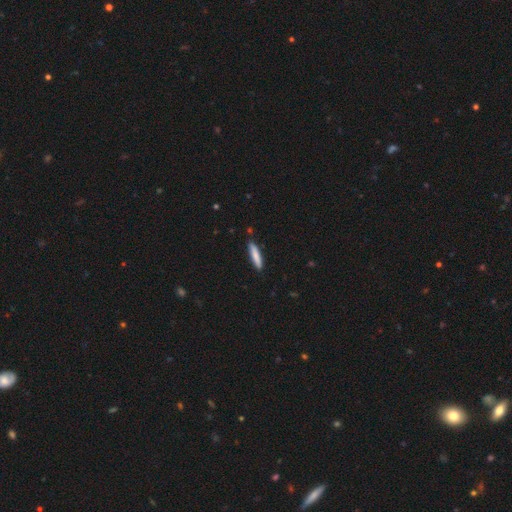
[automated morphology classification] This appears to be a smooth galaxy with no disk features (80%) that is cigar-shaped (86%). Merging: none (88%).